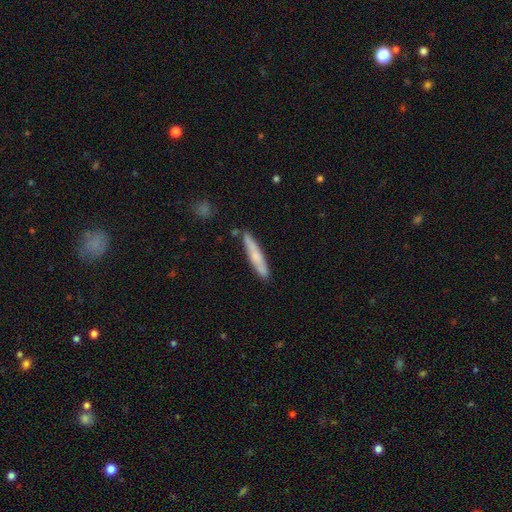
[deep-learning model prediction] Smooth or featured?
  - smooth: 64% *
  - featured or disk: 30%
  - star or artifact: 6%
How rounded?
  - cigar-shaped: 93% *
  - in between: 6%
  - round: 1%
Merging?
  - none: 82% *
  - minor disturbance: 12%
  - merger: 3%
  - major disturbance: 2%